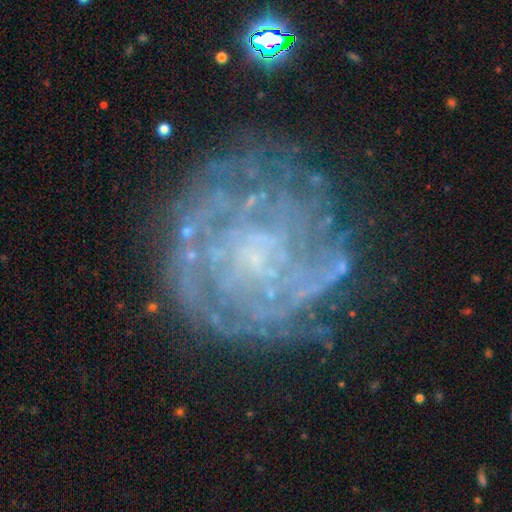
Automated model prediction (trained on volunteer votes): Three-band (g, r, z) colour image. It shows a featured or disk galaxy (79%) with no bar (77%), tight (69%) spiral arms (76%) and a small central bulge (43%, tied with none). Merging: none (70%).